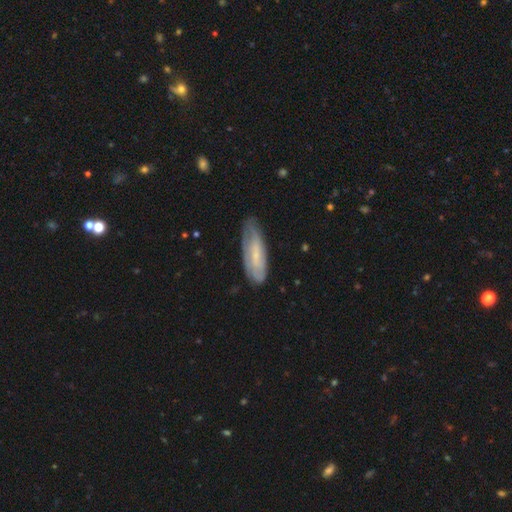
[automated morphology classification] smooth_or_featured: featured or disk (p=0.51) [alt: smooth p=0.42]
disk_edge_on: no (p=0.79) [alt: yes p=0.21]
merging: none (p=0.67) [alt: minor disturbance p=0.24]